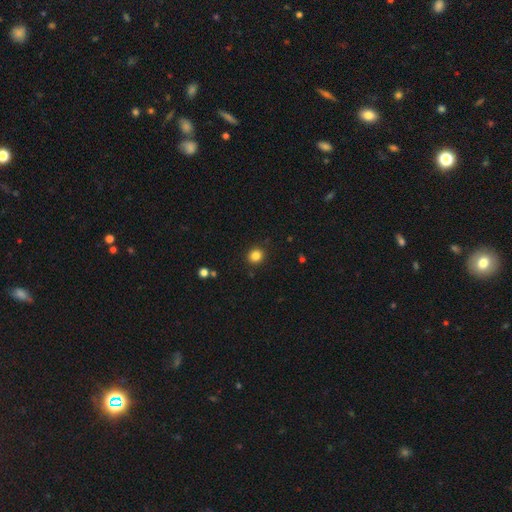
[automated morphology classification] This is clearly a smooth galaxy (84%). How rounded: clearly round (87%). Merging: clearly none (90%).